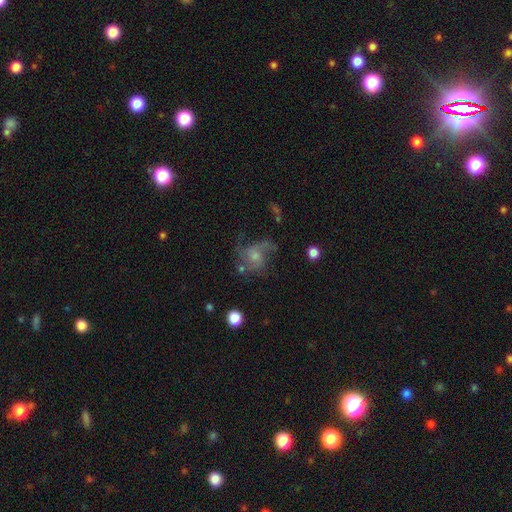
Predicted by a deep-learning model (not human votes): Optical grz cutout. It shows a featured or disk galaxy (67%) with no bar (70%), 2 (39%) loose (44%) spiral arms (85%) and a small central bulge (43%). Merging: none (48%).